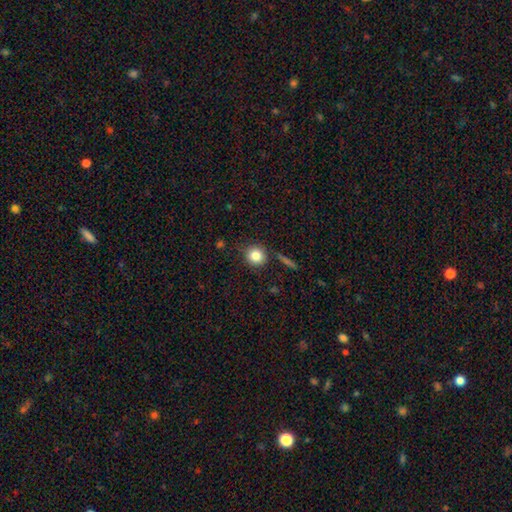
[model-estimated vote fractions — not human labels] This is clearly a smooth galaxy (83%). How rounded: clearly round (90%). Merging: clearly none (83%).